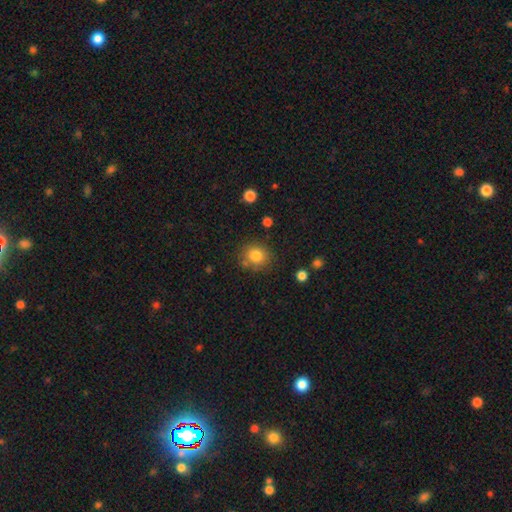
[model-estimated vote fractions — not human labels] Morphology: type=smooth (82%); roundness=round (86%); merging=none (78%).